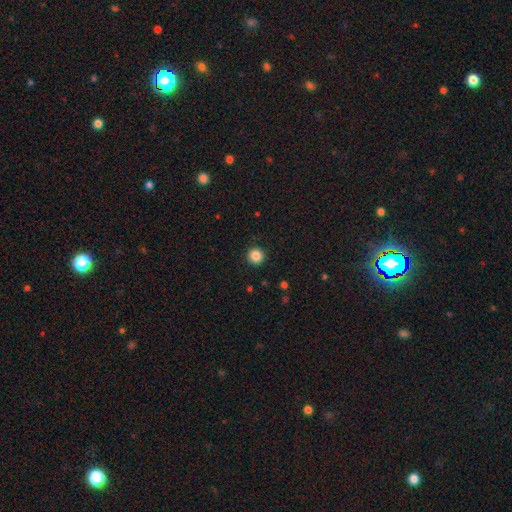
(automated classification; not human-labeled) smooth_or_featured: smooth (p=0.86) [alt: star or artifact p=0.11]
how_rounded: round (p=0.96) [alt: in between p=0.03]
merging: none (p=0.93) [alt: minor disturbance p=0.05]